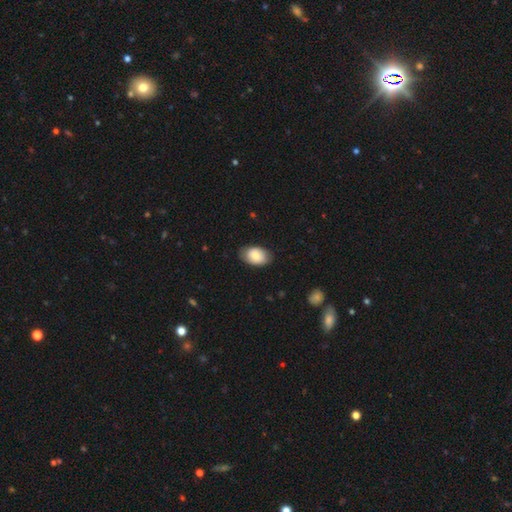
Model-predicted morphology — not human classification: A smooth galaxy with no disk features (76%) that is in between round and cigar-shaped (88%).

Vote fractions:
- Smooth or featured? smooth: 76% / featured or disk: 18% / star or artifact: 7%
- How rounded? in between: 88% / round: 10% / cigar-shaped: 1%
- Merging? none: 79% / minor disturbance: 17% / major disturbance: 3% / merger: 1%